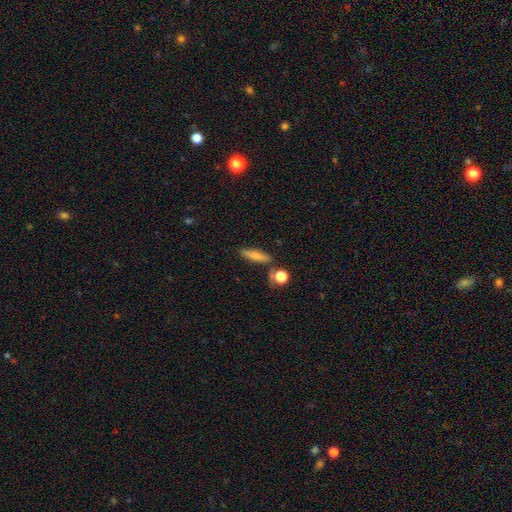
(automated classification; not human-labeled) Q: Smooth or featured?
A: smooth (70%); runner-up: featured or disk (21%)
Q: How rounded?
A: cigar-shaped (68%); runner-up: in between (26%)
Q: Merging?
A: none (76%); runner-up: minor disturbance (13%)